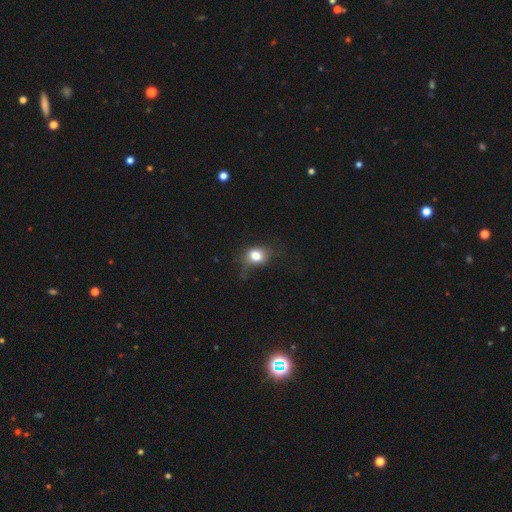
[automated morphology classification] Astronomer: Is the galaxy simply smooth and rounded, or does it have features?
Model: smooth — 78%.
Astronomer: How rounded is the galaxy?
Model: round — 55% (runner-up: in between, 44%).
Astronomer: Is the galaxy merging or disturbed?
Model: none — 60%.